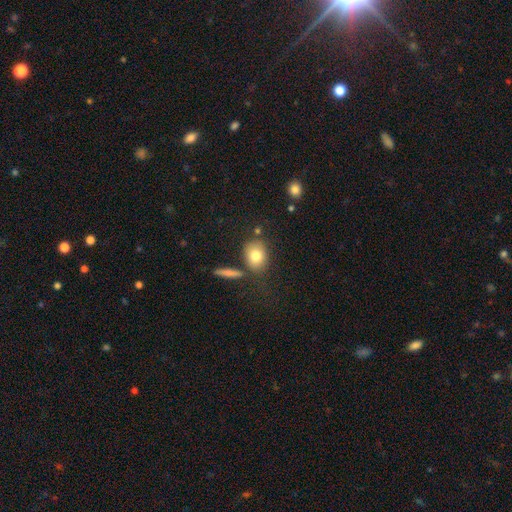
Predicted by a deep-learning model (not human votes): Smooth or featured? Predicted: smooth (p=0.79). How rounded? Predicted: in between (p=0.54). Merging? Predicted: none (p=0.71).